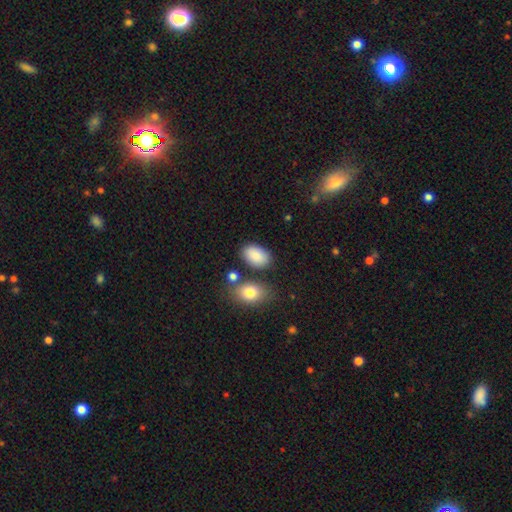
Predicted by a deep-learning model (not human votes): smooth 87%, star or artifact 7%, featured or disk 6%. Down the decision tree: how rounded — in between (91%); merging — none (75%).